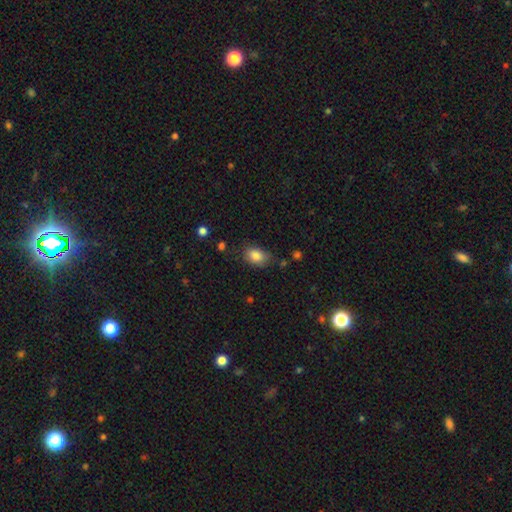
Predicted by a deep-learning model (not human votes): A smooth galaxy with no disk features (84%) that is in between round and cigar-shaped (80%). Merging: none (74%).